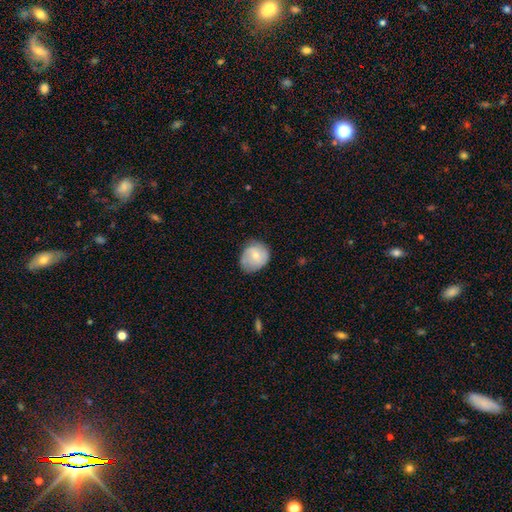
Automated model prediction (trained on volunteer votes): Smooth or featured?
  - smooth: 56% *
  - featured or disk: 37%
  - star or artifact: 7%
How rounded?
  - round: 71% *
  - in between: 28%
  - cigar-shaped: 1%
Merging?
  - none: 67% *
  - minor disturbance: 26%
  - major disturbance: 6%
  - merger: 1%